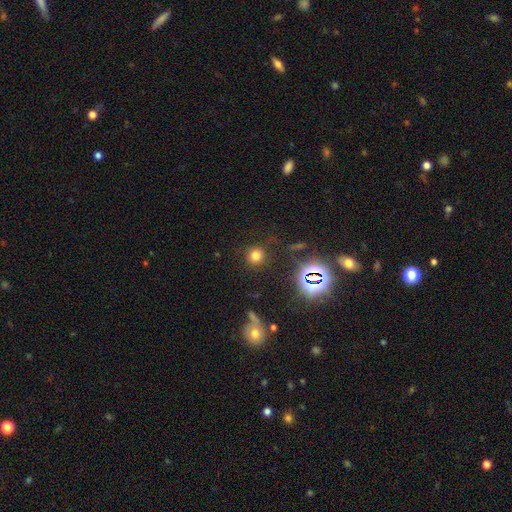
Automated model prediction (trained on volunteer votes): Morphology: type=smooth (72%); roundness=round (92%); merging=none (85%).